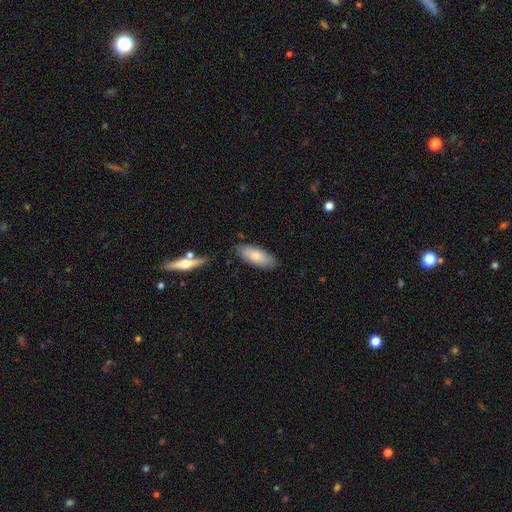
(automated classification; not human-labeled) smooth-or-featured: smooth: 80% | featured or disk: 15% | star or artifact: 6%
  how-rounded: in between: 77% | cigar-shaped: 22% | round: 2%
  merging: none: 81% | minor disturbance: 14% | major disturbance: 3% | merger: 2%